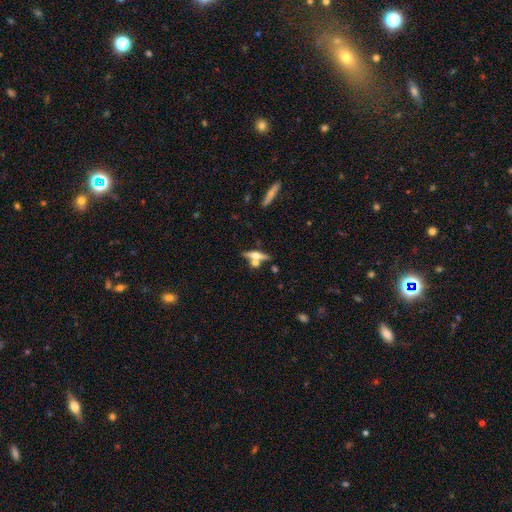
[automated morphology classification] The model was most divided on "smooth or featured": featured or disk: 61%, smooth: 32%, star or artifact: 8%. More confident: edge-on disk — yes (94%); edge-on bulge — rounded (92%); merging — none (60%).